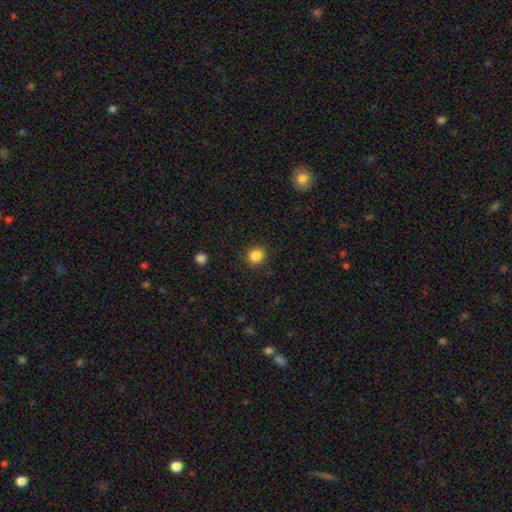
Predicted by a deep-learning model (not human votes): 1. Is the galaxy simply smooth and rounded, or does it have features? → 86% smooth, 11% star or artifact, 4% featured or disk.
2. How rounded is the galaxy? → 88% round, 11% in between, 1% cigar-shaped.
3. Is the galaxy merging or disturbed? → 90% none, 7% minor disturbance, 2% major disturbance, 1% merger.